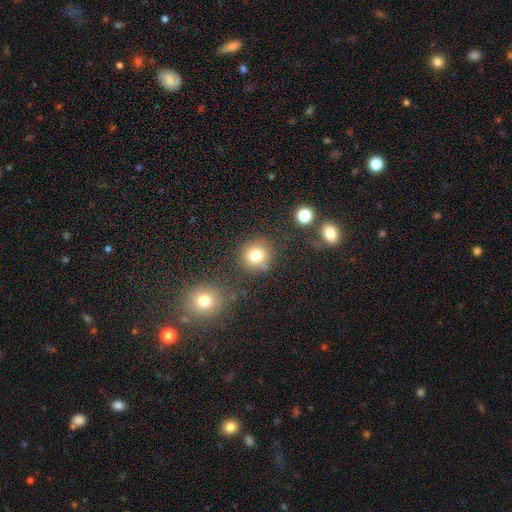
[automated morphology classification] Q: Smooth or featured?
A: smooth (79%); runner-up: star or artifact (13%)
Q: How rounded?
A: round (89%); runner-up: in between (10%)
Q: Merging?
A: none (79%); runner-up: minor disturbance (10%)